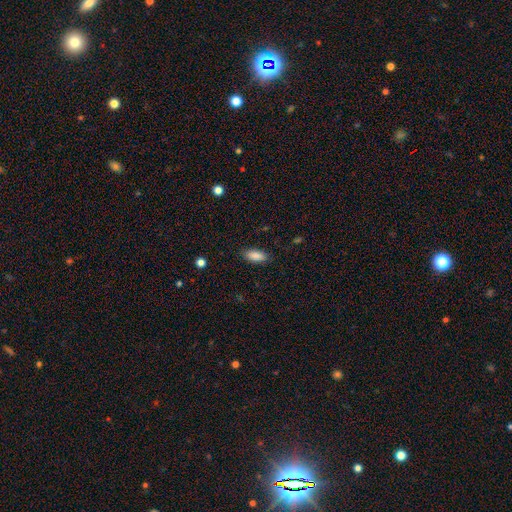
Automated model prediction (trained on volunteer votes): Smooth or featured? Predicted: smooth (p=0.88). How rounded? Predicted: in between (p=0.86). Merging? Predicted: none (p=0.86).